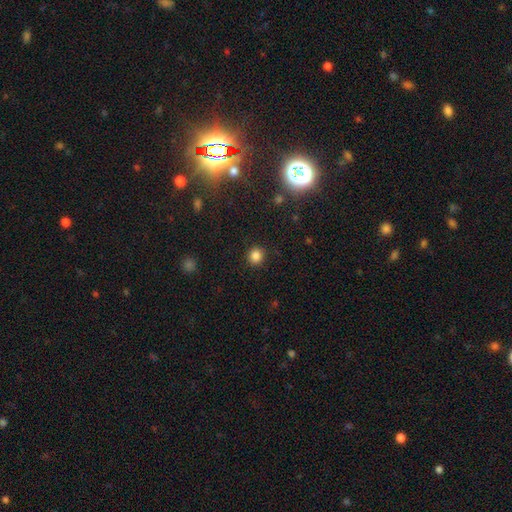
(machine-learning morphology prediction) Smooth or featured? Predicted: smooth (p=0.83). How rounded? Predicted: round (p=0.89). Merging? Predicted: none (p=0.90).